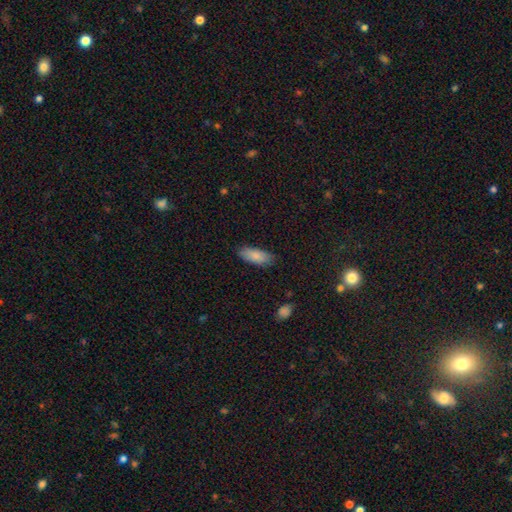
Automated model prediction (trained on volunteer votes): smooth-or-featured: smooth: 85% | featured or disk: 9% | star or artifact: 6%
  how-rounded: in between: 80% | cigar-shaped: 18% | round: 2%
  merging: none: 84% | minor disturbance: 12% | major disturbance: 2% | merger: 1%